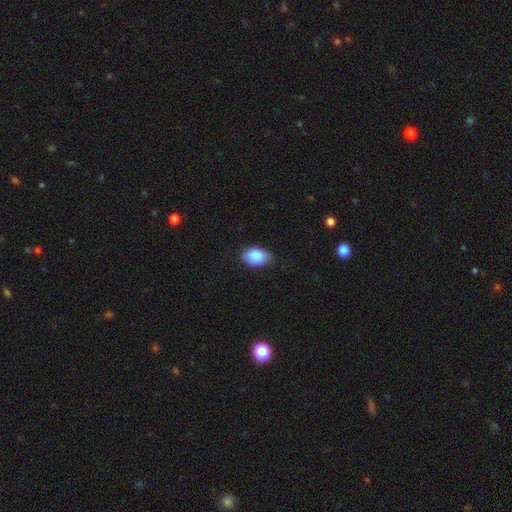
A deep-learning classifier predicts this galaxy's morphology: smooth 87%, star or artifact 7%, featured or disk 6%. Down the decision tree: how rounded — in between (88%); merging — none (74%).